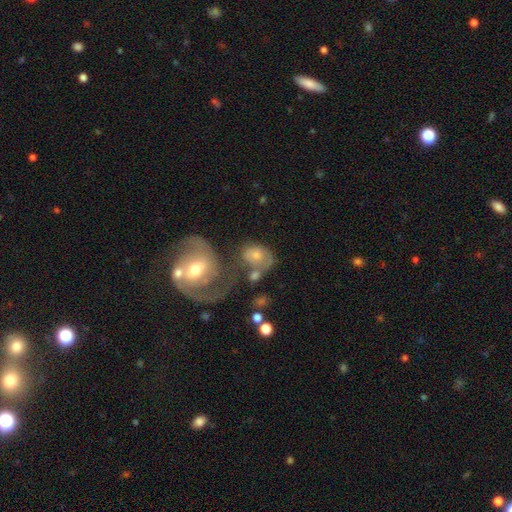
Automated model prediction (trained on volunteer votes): This is possibly a smooth galaxy (49%). Merging: marginally merger (35%).